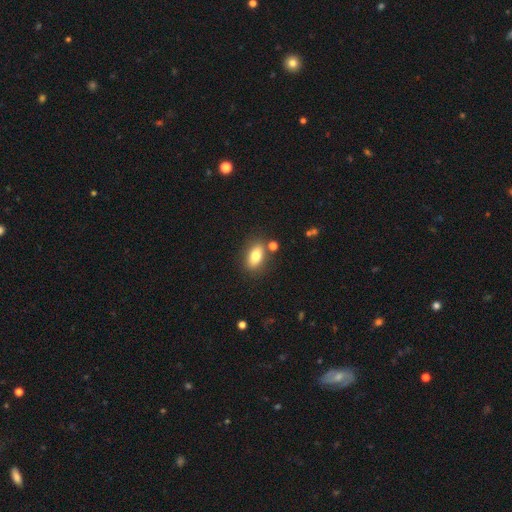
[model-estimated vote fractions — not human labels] smooth_or_featured: smooth (p=0.78) [alt: featured or disk p=0.13]
how_rounded: in between (p=0.86) [alt: round p=0.09]
merging: none (p=0.77) [alt: minor disturbance p=0.12]